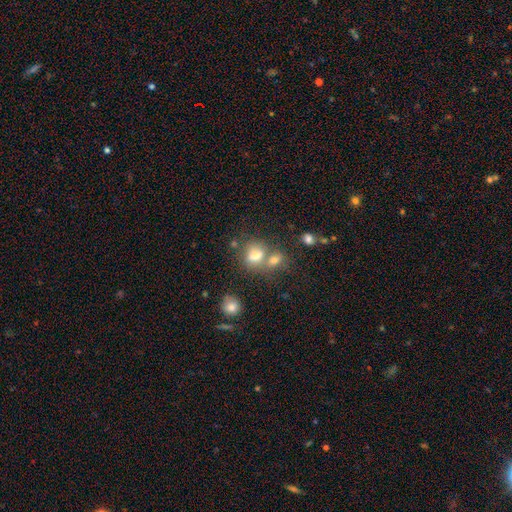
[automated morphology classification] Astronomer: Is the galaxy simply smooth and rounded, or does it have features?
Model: smooth — 73%.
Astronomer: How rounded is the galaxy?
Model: round — 54% (runner-up: in between, 45%).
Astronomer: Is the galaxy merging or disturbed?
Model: merger — 47% (runner-up: none, 38%).